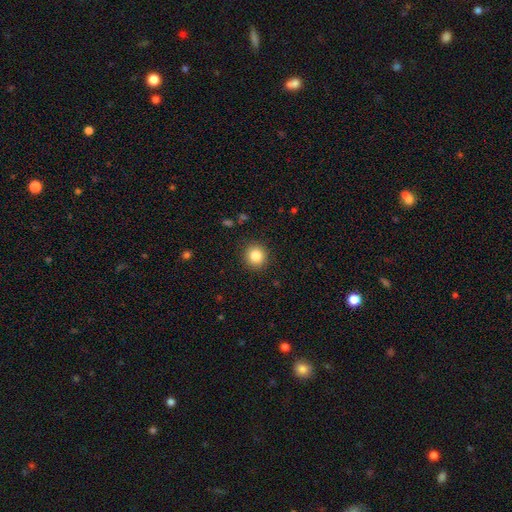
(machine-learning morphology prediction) A smooth galaxy with no disk features (84%) that is round (92%). Merging: none (91%).